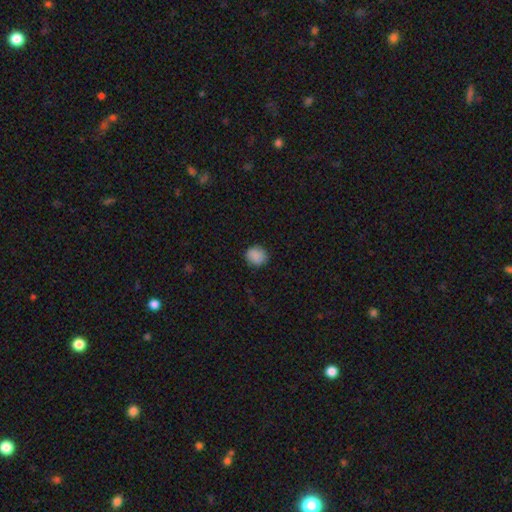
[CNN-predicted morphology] Q: Smooth or featured?
A: smooth (88%); runner-up: star or artifact (8%)
Q: How rounded?
A: round (77%); runner-up: in between (22%)
Q: Merging?
A: none (86%); runner-up: minor disturbance (11%)